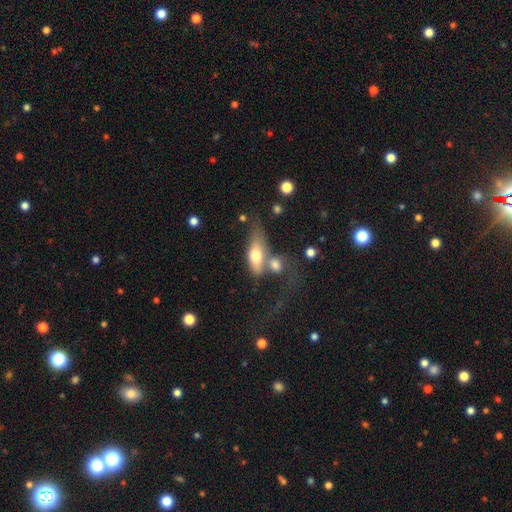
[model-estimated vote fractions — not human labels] Smooth or featured? Predicted: smooth (p=0.64). How rounded? Predicted: in between (p=0.72). Merging? Predicted: merger (p=0.43).